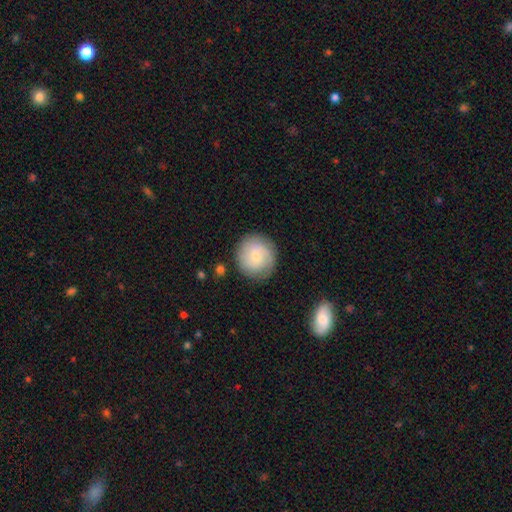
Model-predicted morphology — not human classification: Smooth or featured: smooth — 59% (featured or disk — 35%)
How rounded: round — 91% (in between — 8%)
Merging: none — 84% (minor disturbance — 11%)